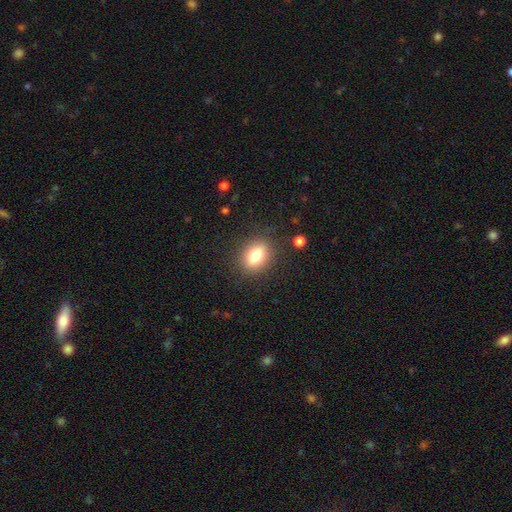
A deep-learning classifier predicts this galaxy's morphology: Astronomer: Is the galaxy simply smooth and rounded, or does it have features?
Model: smooth — 81%.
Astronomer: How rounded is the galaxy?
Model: in between — 76%.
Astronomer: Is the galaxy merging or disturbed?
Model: none — 84%.